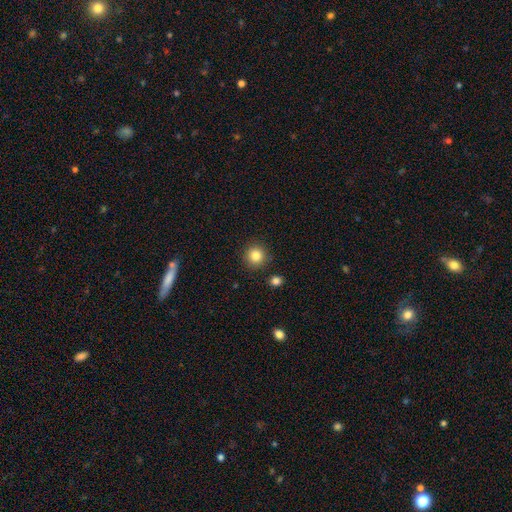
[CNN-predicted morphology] smooth 84%, star or artifact 11%, featured or disk 5%. Down the decision tree: how rounded — round (94%); merging — none (89%).